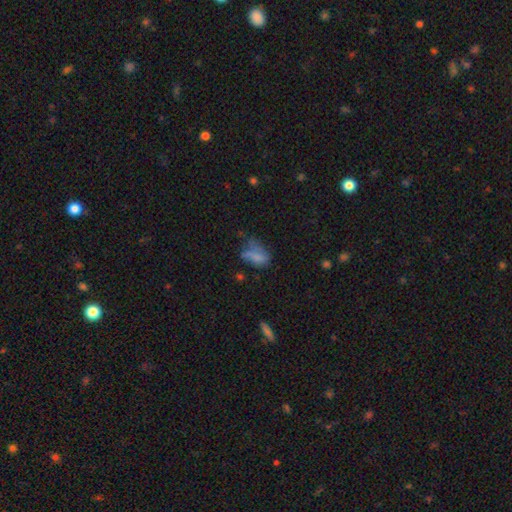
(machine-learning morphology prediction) Smooth or featured: smooth — 66% (featured or disk — 21%)
How rounded: in between — 84% (round — 8%)
Merging: major disturbance — 36% (minor disturbance — 28%)